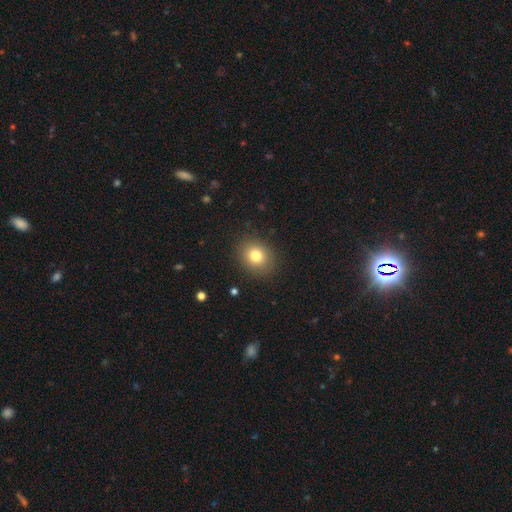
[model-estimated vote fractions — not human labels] A smooth galaxy with no disk features (79%) that is round (64%). Merging: none (87%).